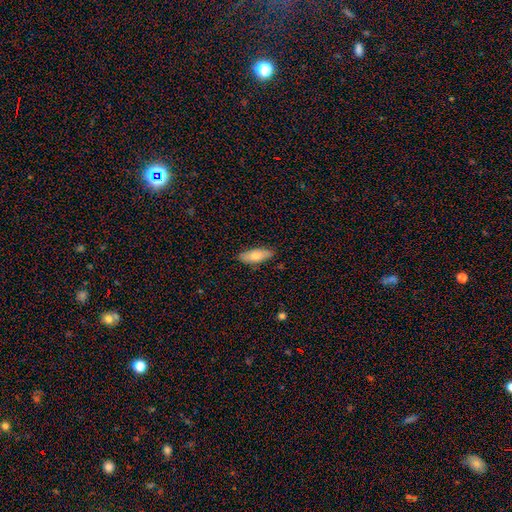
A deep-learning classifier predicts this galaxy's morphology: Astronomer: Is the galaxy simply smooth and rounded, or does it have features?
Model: smooth — 72%.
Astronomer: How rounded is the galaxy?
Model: in between — 67%.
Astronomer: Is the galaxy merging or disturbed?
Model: none — 86%.